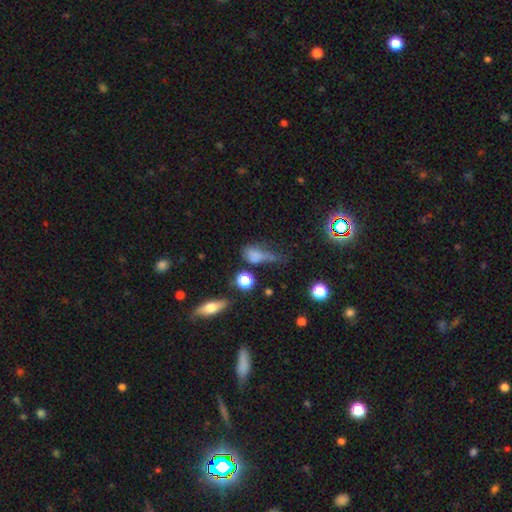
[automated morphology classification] smooth-or-featured: smooth: 64% | star or artifact: 19% | featured or disk: 17%
  how-rounded: in between: 64% | round: 23% | cigar-shaped: 12%
  merging: major disturbance: 39% | minor disturbance: 26% | none: 24% | merger: 11%